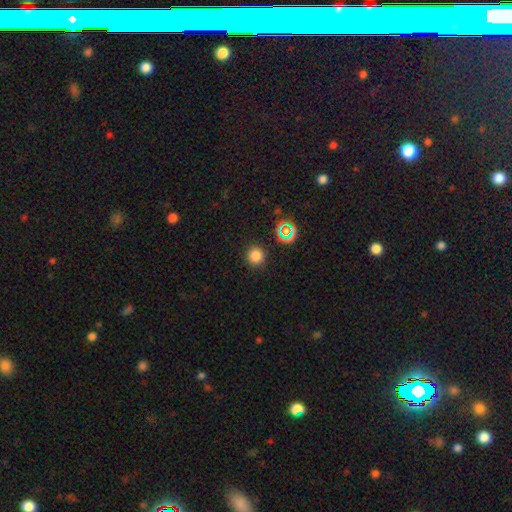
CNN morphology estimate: A smooth galaxy with no disk features (78%) that is round (95%).

Vote fractions:
- Smooth or featured? smooth: 78% / star or artifact: 18% / featured or disk: 5%
- How rounded? round: 95% / in between: 4% / cigar-shaped: 1%
- Merging? none: 90% / minor disturbance: 6% / major disturbance: 2% / merger: 2%